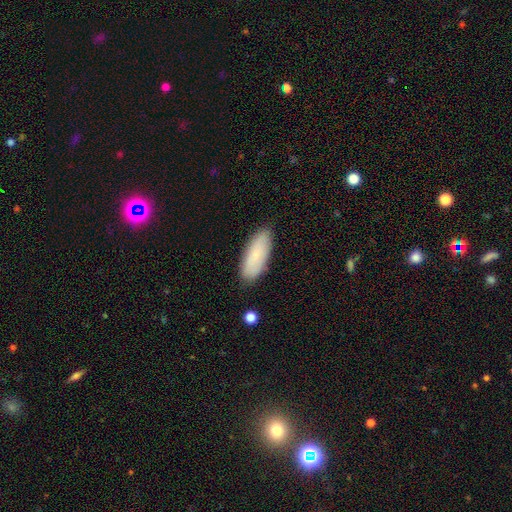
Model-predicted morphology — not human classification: smooth-or-featured: smooth: 79% | featured or disk: 14% | star or artifact: 7%
  how-rounded: in between: 74% | cigar-shaped: 24% | round: 2%
  merging: none: 84% | minor disturbance: 12% | major disturbance: 2% | merger: 1%